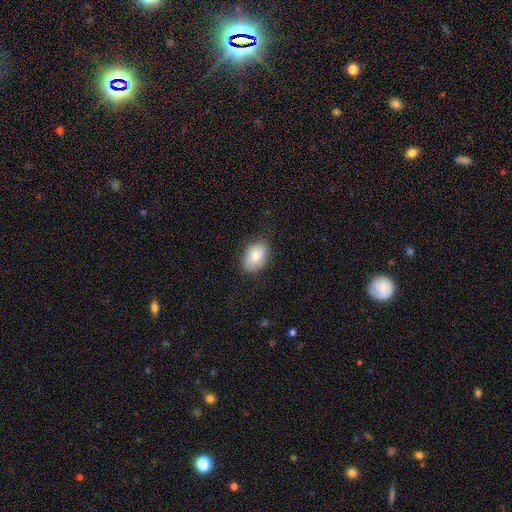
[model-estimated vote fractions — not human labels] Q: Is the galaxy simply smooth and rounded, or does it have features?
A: smooth — 81%.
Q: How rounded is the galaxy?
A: in between — 86%.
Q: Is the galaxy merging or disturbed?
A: none — 82%.